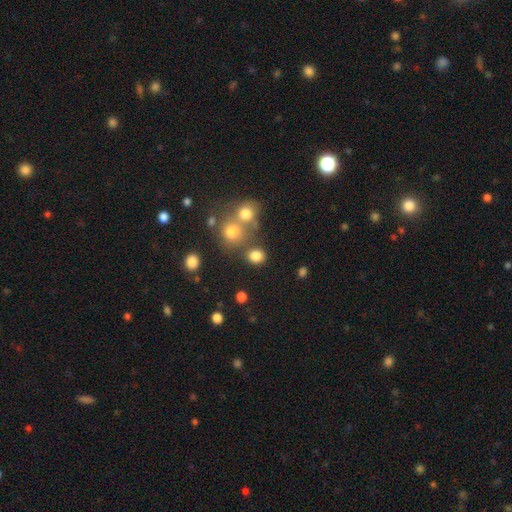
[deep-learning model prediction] A smooth galaxy with no disk features (80%) that is round (74%). Merging: none (70%).